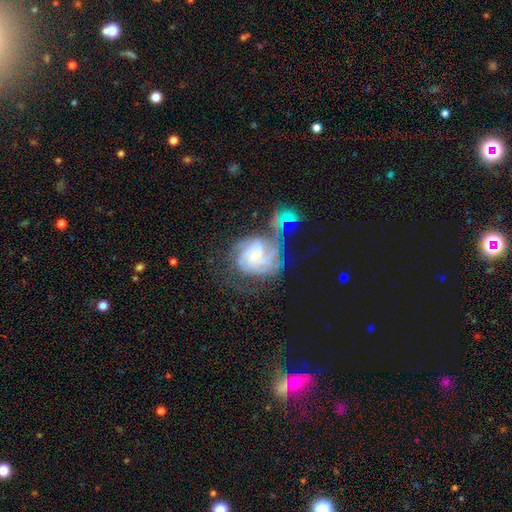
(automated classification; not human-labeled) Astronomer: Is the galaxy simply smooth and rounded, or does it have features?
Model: featured or disk — 80%.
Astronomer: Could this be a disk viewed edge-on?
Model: no — 98%.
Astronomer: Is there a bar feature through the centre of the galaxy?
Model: no — 56% (runner-up: weak, 35%).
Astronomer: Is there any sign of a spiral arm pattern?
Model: yes — 94%.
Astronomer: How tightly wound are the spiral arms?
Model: tight — 58%.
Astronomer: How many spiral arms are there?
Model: can't tell — 31% (runner-up: 3, 23%).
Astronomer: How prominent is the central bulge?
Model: small — 45% (runner-up: none, 24%).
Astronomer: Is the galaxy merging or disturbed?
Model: none — 30% (runner-up: merger, 29%).